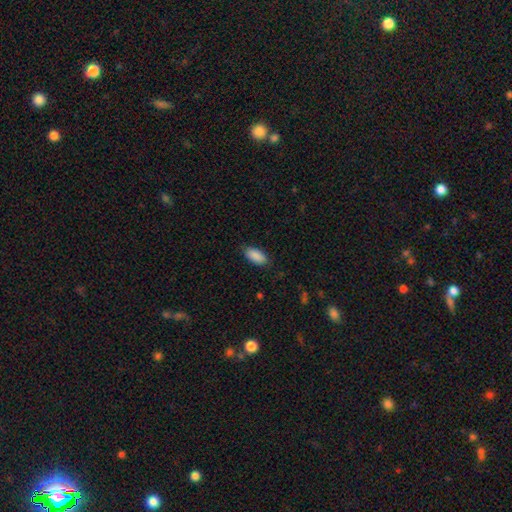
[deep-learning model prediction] Smooth or featured? Predicted: smooth (p=0.90). How rounded? Predicted: in between (p=0.90). Merging? Predicted: none (p=0.86).